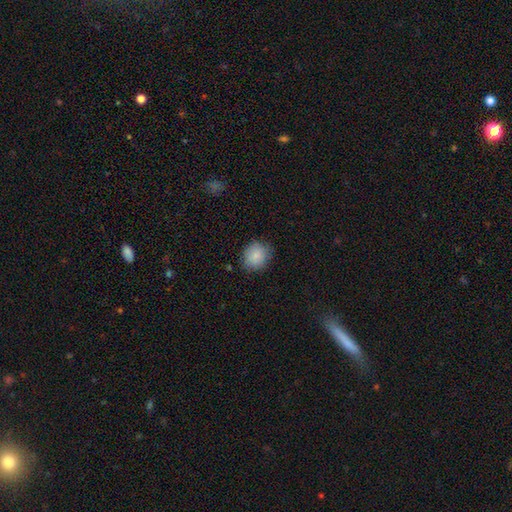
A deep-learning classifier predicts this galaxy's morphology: A smooth galaxy with no disk features (87%) that is round (71%). Merging: none (81%).